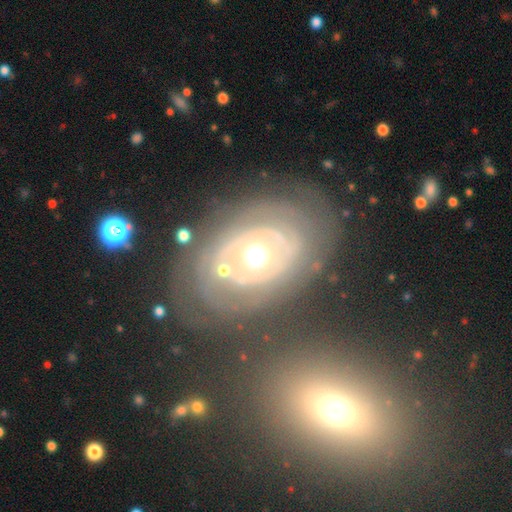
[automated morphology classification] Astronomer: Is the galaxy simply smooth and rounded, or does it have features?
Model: featured or disk — 81%.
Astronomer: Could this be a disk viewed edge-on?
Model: no — 95%.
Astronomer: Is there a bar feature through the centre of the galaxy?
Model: no — 84%.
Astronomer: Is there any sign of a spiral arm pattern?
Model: yes — 61% (runner-up: no, 39%).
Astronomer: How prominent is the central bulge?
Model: moderate — 73%.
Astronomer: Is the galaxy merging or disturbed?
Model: none — 67%.